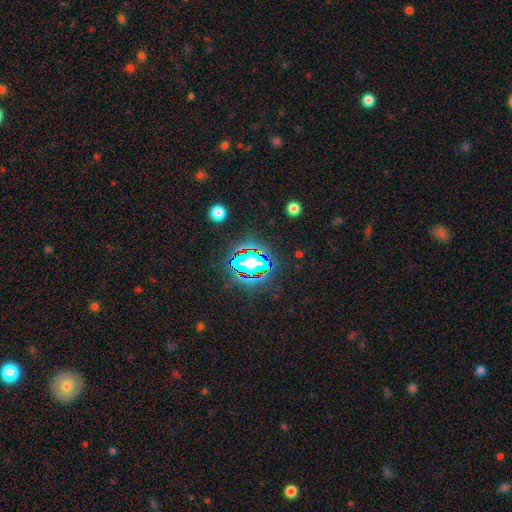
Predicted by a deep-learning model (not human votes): Smooth or featured? Predicted: star or artifact (p=0.79).